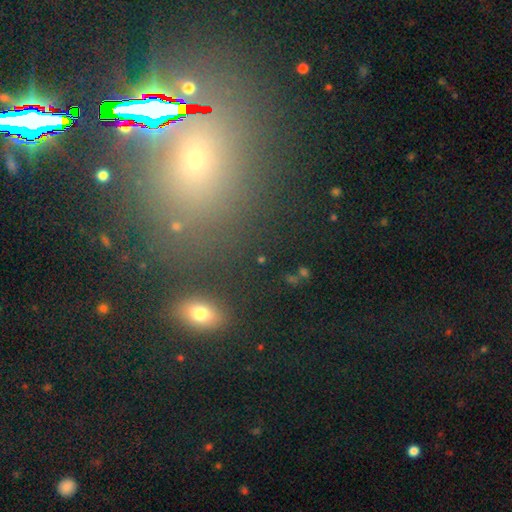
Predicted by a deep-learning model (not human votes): Smooth or featured?
  - smooth: 46% *
  - star or artifact: 41%
  - featured or disk: 13%
Merging?
  - none: 80% *
  - minor disturbance: 9%
  - merger: 6%
  - major disturbance: 5%